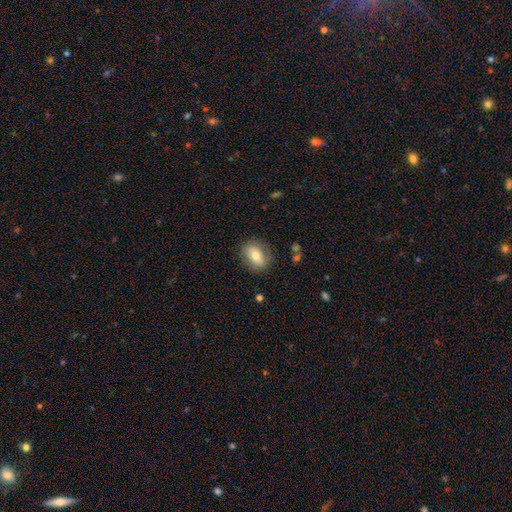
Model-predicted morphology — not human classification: Q: Smooth or featured?
A: smooth (67%); runner-up: featured or disk (25%)
Q: How rounded?
A: in between (68%); runner-up: round (29%)
Q: Merging?
A: none (81%); runner-up: minor disturbance (13%)